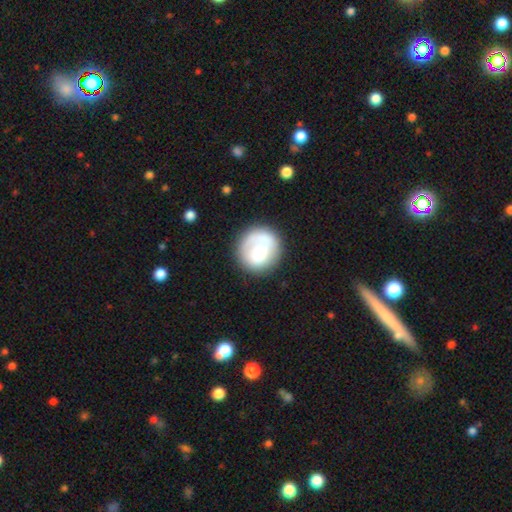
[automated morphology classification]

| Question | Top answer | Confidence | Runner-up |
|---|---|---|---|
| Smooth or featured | smooth | 66% | featured or disk (26%) |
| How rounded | round | 88% | in between (11%) |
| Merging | none | 67% | minor disturbance (17%) |